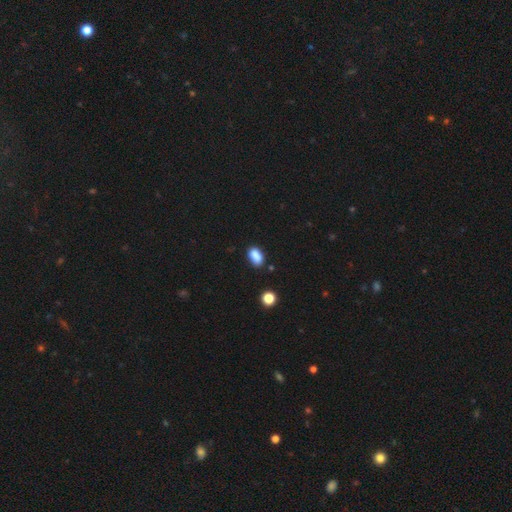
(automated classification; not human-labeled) Smooth or featured?
  - smooth: 86% *
  - star or artifact: 10%
  - featured or disk: 4%
How rounded?
  - in between: 88% *
  - round: 9%
  - cigar-shaped: 2%
Merging?
  - none: 75% *
  - minor disturbance: 17%
  - merger: 5%
  - major disturbance: 3%